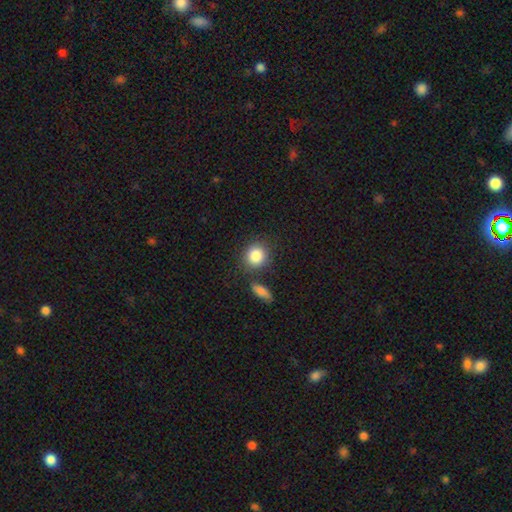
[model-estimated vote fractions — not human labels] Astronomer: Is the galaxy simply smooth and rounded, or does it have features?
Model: smooth — 85%.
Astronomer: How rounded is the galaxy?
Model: round — 79%.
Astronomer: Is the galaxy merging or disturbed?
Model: none — 74%.